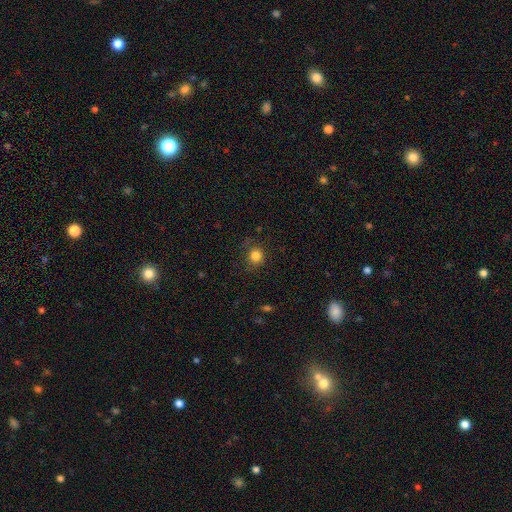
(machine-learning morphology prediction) smooth_or_featured: smooth (p=0.83) [alt: star or artifact p=0.12]
how_rounded: round (p=0.89) [alt: in between p=0.10]
merging: none (p=0.82) [alt: minor disturbance p=0.13]